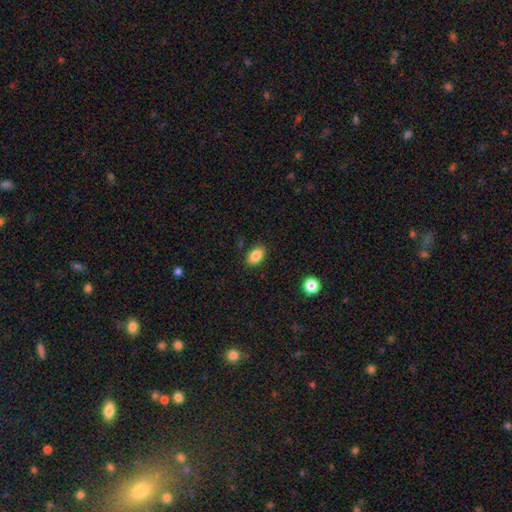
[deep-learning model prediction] Smooth or featured? Predicted: smooth (p=0.86). How rounded? Predicted: in between (p=0.86). Merging? Predicted: none (p=0.85).